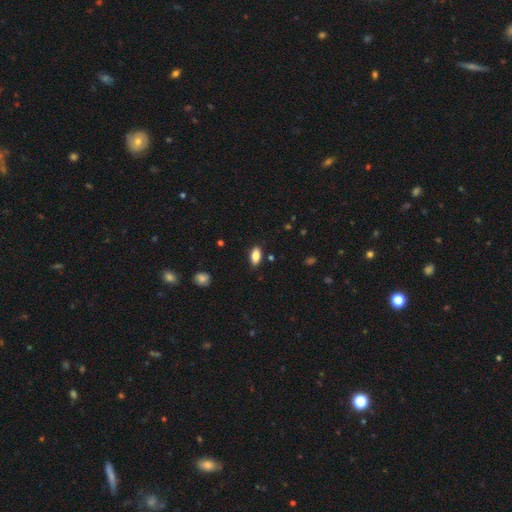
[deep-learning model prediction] Overall: smooth (84%). How rounded: in between (90%). Merging: none (86%).